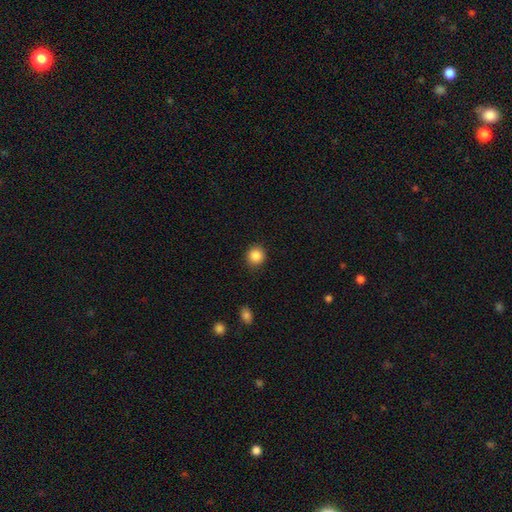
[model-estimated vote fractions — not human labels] A smooth galaxy with no disk features (86%) that is round (89%).

Vote fractions:
- Smooth or featured? smooth: 86% / star or artifact: 10% / featured or disk: 4%
- How rounded? round: 89% / in between: 10% / cigar-shaped: 1%
- Merging? none: 89% / minor disturbance: 8% / major disturbance: 2% / merger: 1%